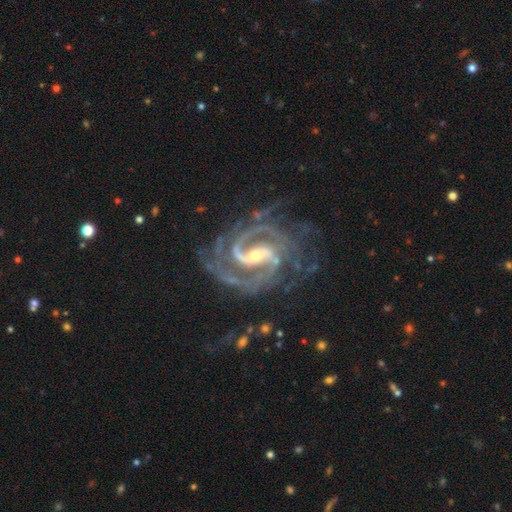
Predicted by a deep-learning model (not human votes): smooth-or-featured: featured or disk: 94% | star or artifact: 4% | smooth: 2%
  disk-edge-on: no: 98% | yes: 2%
    bar: strong: 48% | weak: 38% | no: 14%
    has-spiral-arms: yes: 99% | no: 1%
      spiral-winding: medium: 51% | tight: 41% | loose: 8%
      spiral-arm-count: 2: 71% | 3: 11% | can't tell: 6% | 4: 4% | more than 4: 4% | 1: 4%
    bulge-size: small: 59% | moderate: 37% | large: 2% | none: 1% | dominant: 1%
  merging: none: 69% | minor disturbance: 18% | major disturbance: 11% | merger: 2%